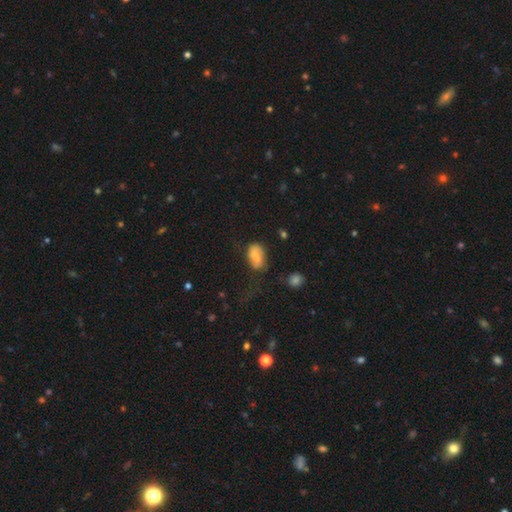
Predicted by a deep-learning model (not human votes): Smooth or featured? Predicted: smooth (p=0.67). How rounded? Predicted: in between (p=0.87). Merging? Predicted: none (p=0.46).